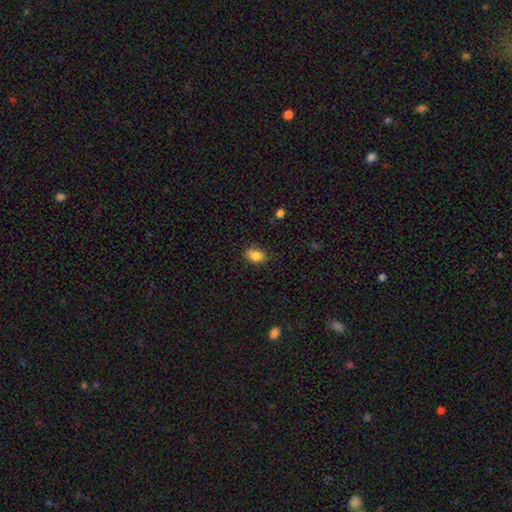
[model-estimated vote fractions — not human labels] Smooth or featured? smooth (84%)
How rounded? in between (82%)
Merging? none (74%)